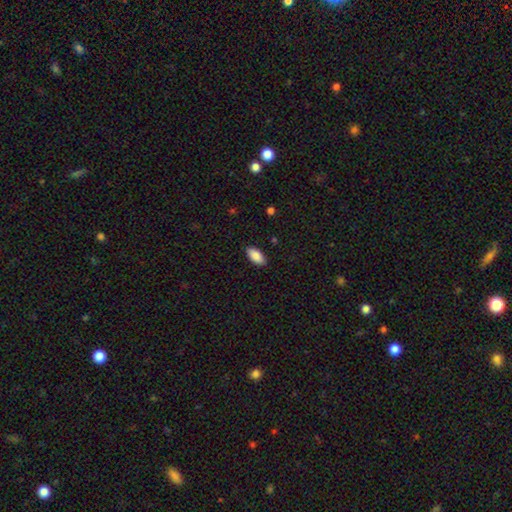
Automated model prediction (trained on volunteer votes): Smooth or featured?
  - smooth: 87% *
  - star or artifact: 7%
  - featured or disk: 6%
How rounded?
  - in between: 91% *
  - cigar-shaped: 7%
  - round: 2%
Merging?
  - none: 88% *
  - minor disturbance: 9%
  - major disturbance: 2%
  - merger: 1%